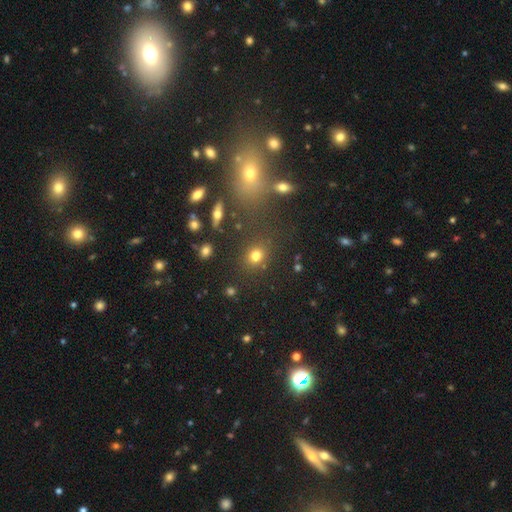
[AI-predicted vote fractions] This is likely a smooth galaxy (75%). How rounded: likely round (73%). Merging: clearly none (81%).